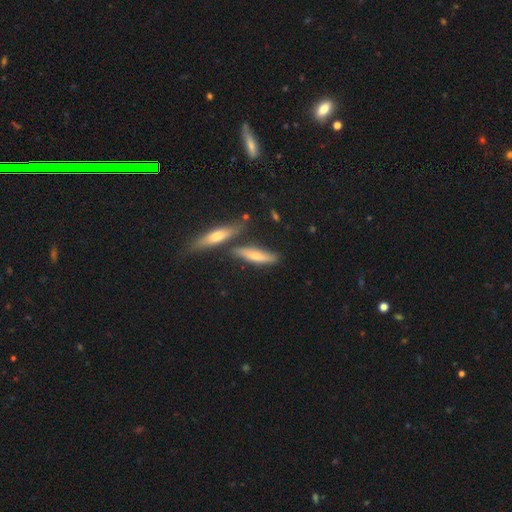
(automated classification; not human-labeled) smooth 58%, featured or disk 35%, star or artifact 7%. Down the decision tree: how rounded — cigar-shaped (69%); merging — none (66%).